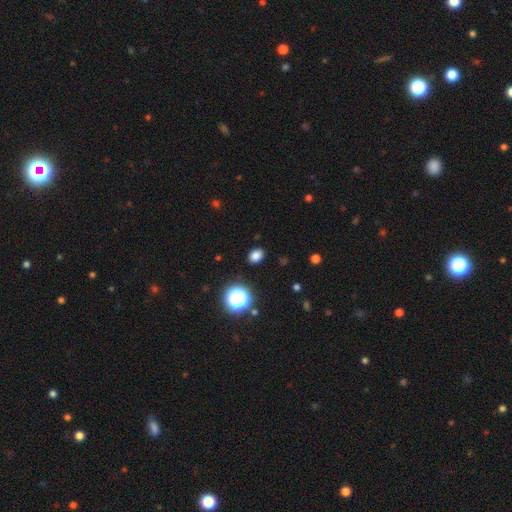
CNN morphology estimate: A smooth galaxy with no disk features (81%) that is in between round and cigar-shaped (64%). Merging: none (89%).